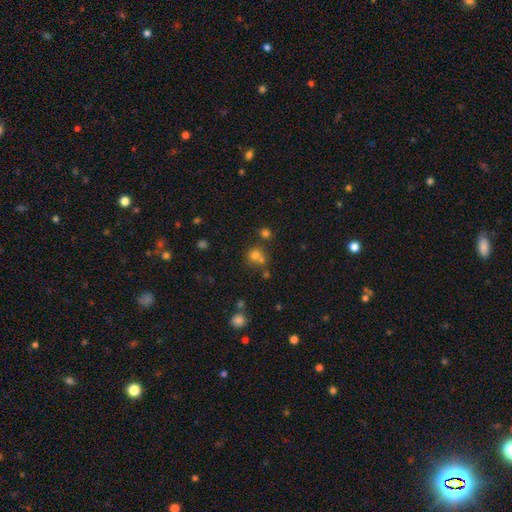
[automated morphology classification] Smooth or featured: smooth — 71% (star or artifact — 19%)
How rounded: round — 83% (in between — 16%)
Merging: none — 48% (merger — 40%)